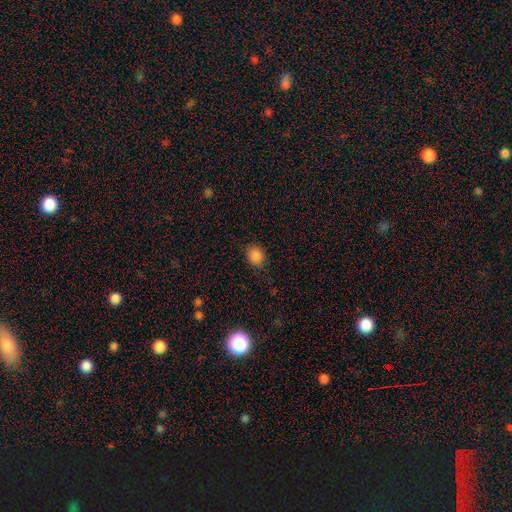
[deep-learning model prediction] This is clearly a smooth galaxy (86%). How rounded: possibly round (52%). Merging: clearly none (83%).